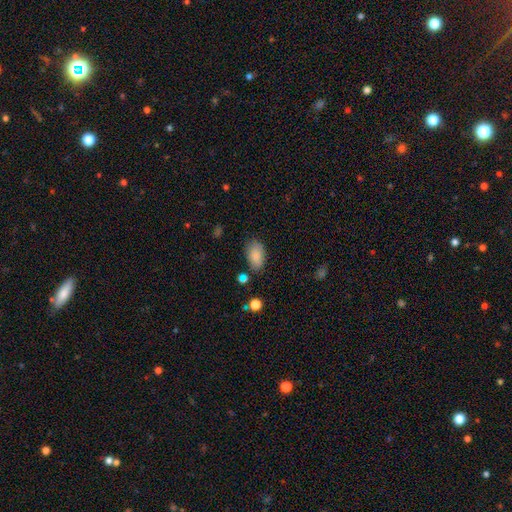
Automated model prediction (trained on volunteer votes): smooth-or-featured: smooth: 84% | star or artifact: 8% | featured or disk: 8%
  how-rounded: in between: 91% | round: 7% | cigar-shaped: 2%
  merging: none: 72% | minor disturbance: 19% | major disturbance: 5% | merger: 4%